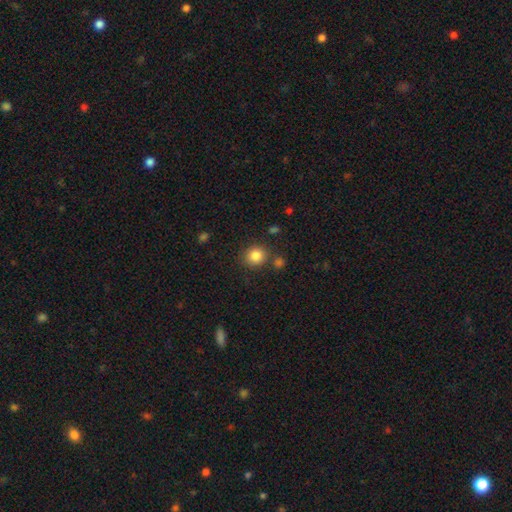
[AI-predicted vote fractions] A smooth galaxy with no disk features (85%) that is round (82%). Merging: none (81%).